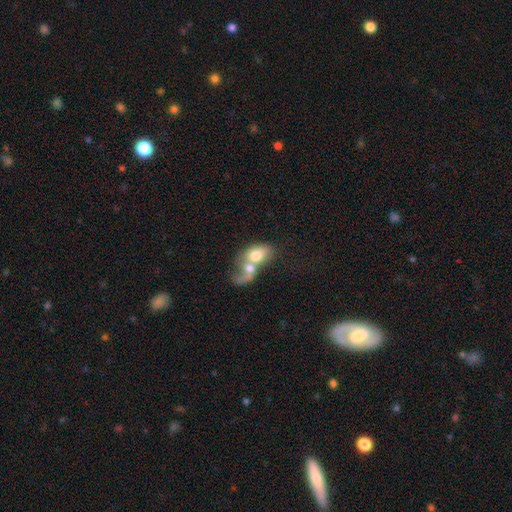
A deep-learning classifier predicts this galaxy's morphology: This appears to be a smooth galaxy with no disk features (62%) that is in between round and cigar-shaped (73%). Merging: merger (80%).